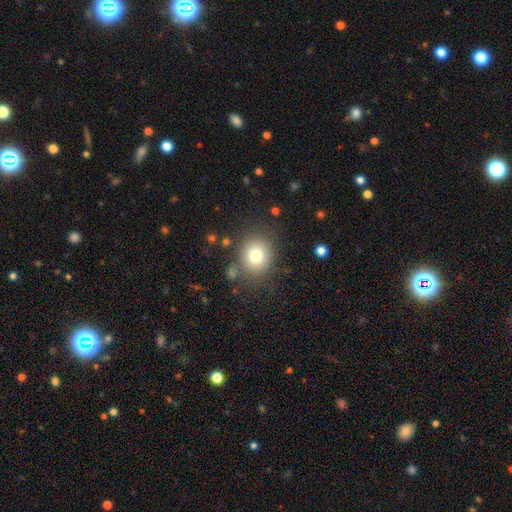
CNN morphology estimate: Overall: smooth (77%). How rounded: round (78%). Merging: none (79%).